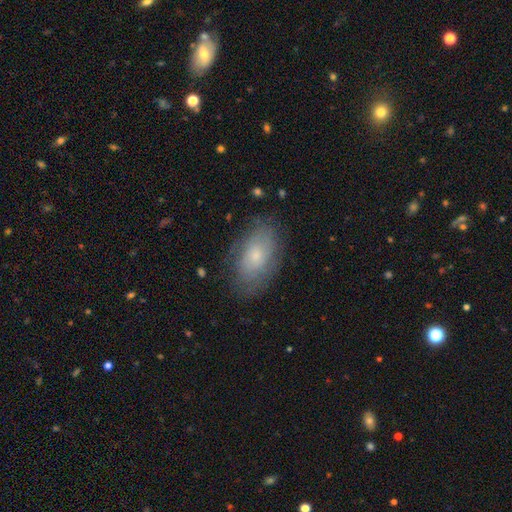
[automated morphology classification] smooth 55%, featured or disk 37%, star or artifact 8%. Down the decision tree: how rounded — in between (92%); merging — none (74%).